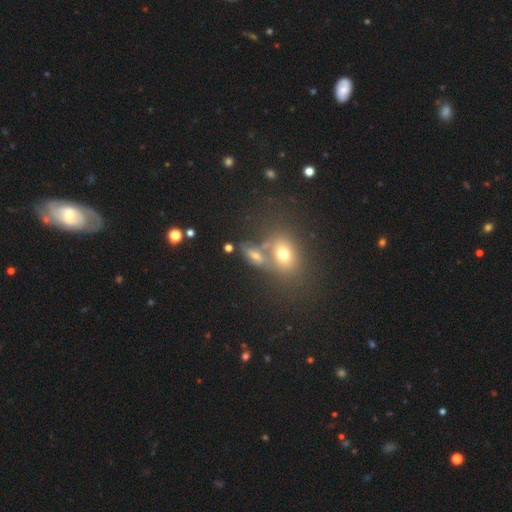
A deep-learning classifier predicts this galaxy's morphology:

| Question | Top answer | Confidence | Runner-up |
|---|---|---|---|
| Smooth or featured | smooth | 59% | featured or disk (23%) |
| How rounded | in between | 67% | round (24%) |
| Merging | none | 46% | merger (36%) |